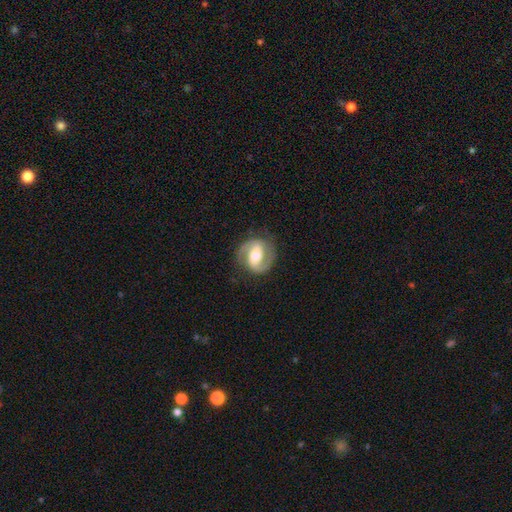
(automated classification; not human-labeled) Smooth or featured? Predicted: featured or disk (p=0.81). Edge-on disk? Predicted: no (p=0.97). Bar? Predicted: strong (p=0.44). Spiral arms? Predicted: yes (p=0.92). Spiral winding? Predicted: medium (p=0.51). Spiral arm count? Predicted: 2 (p=0.90). Bulge size? Predicted: moderate (p=0.68). Merging? Predicted: none (p=0.81).